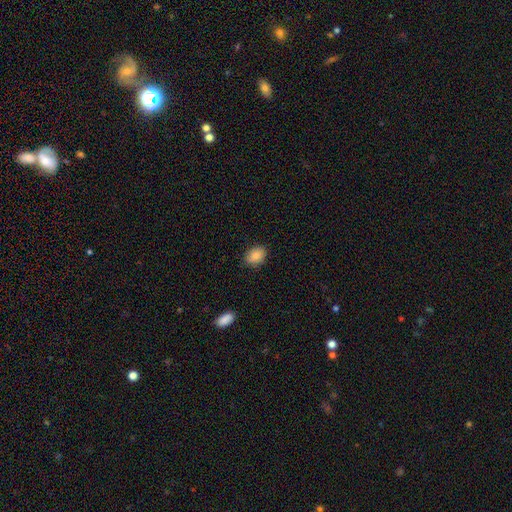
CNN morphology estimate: Smooth or featured: smooth — 87% (star or artifact — 8%)
How rounded: in between — 70% (round — 29%)
Merging: none — 84% (minor disturbance — 13%)